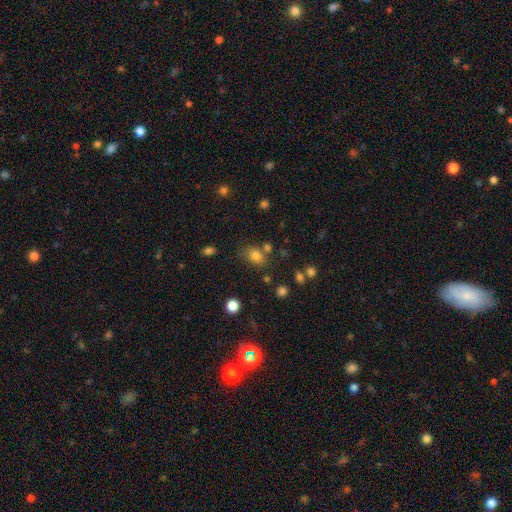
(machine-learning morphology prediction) smooth-or-featured: smooth: 79% | star or artifact: 13% | featured or disk: 8%
  how-rounded: in between: 76% | round: 22% | cigar-shaped: 2%
  merging: none: 64% | minor disturbance: 17% | merger: 14% | major disturbance: 6%